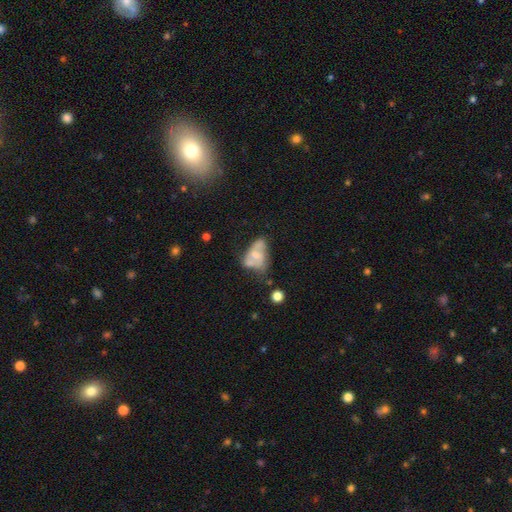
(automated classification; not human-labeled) This appears to be a featured or disk galaxy (46%). Merging: merger (29%).